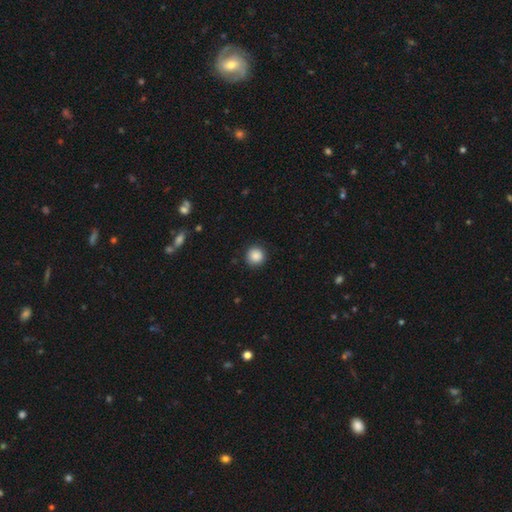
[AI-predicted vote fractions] Overall: smooth (87%). How rounded: round (94%). Merging: none (89%).